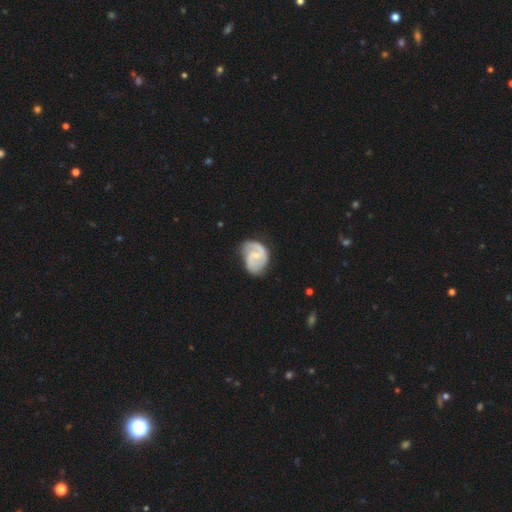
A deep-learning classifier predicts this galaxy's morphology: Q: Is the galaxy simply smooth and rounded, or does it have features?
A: featured or disk — 79%.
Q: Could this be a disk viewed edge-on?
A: no — 98%.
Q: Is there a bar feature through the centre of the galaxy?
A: weak — 50%.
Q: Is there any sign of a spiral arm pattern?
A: yes — 94%.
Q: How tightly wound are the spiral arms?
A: medium — 46%.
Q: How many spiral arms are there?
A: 2 — 73%.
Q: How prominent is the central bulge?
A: small — 60%.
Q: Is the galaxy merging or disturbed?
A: none — 57%.